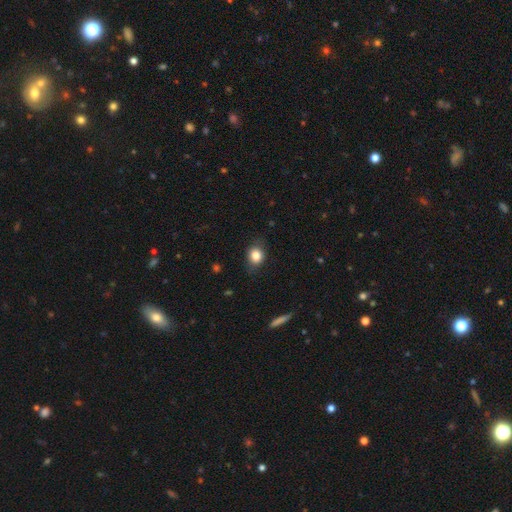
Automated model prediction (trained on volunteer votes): Smooth or featured? Predicted: smooth (p=0.82). How rounded? Predicted: round (p=0.51). Merging? Predicted: none (p=0.77).